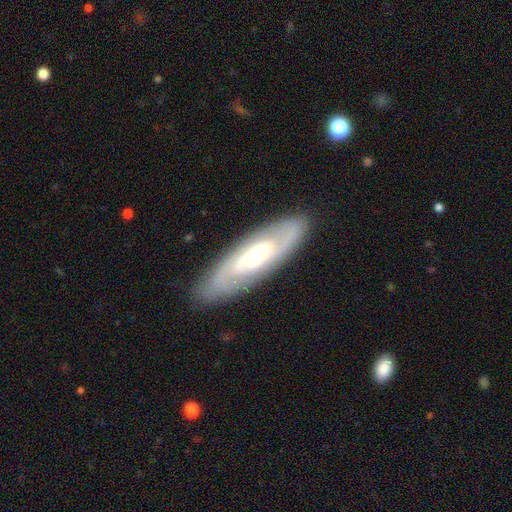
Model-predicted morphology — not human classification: type=featured or disk (72%); edge-on=no (82%); bar=no (54%); spiral arms=yes (80%); bulge=small (51%); merging=none (86%).